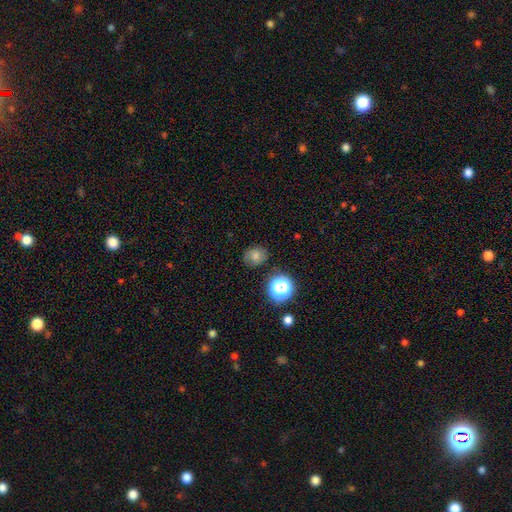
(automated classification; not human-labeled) Overall: smooth (52%; star or artifact 28%). How rounded: round (72%). Merging: none (80%).